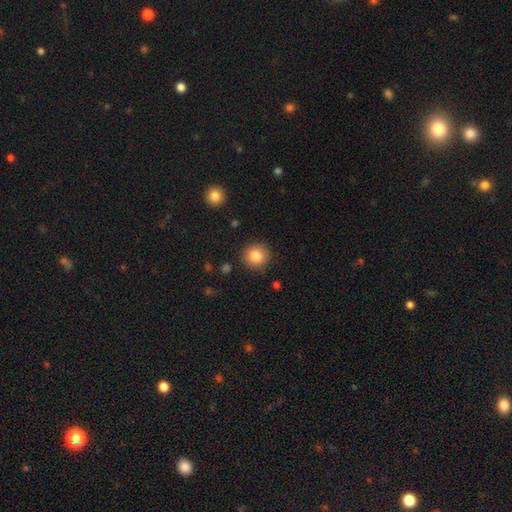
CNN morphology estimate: Smooth or featured: smooth — 83% (star or artifact — 10%)
How rounded: round — 90% (in between — 9%)
Merging: none — 89% (minor disturbance — 7%)